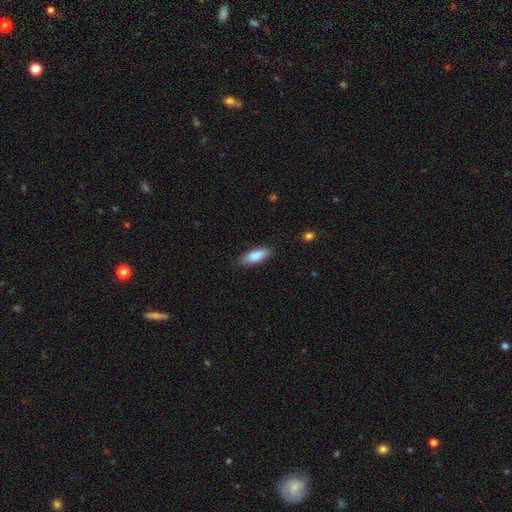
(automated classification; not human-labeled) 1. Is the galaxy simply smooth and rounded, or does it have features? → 87% smooth, 7% featured or disk, 6% star or artifact.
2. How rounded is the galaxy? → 69% in between, 29% cigar-shaped, 2% round.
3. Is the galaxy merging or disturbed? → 82% none, 14% minor disturbance, 3% major disturbance, 1% merger.